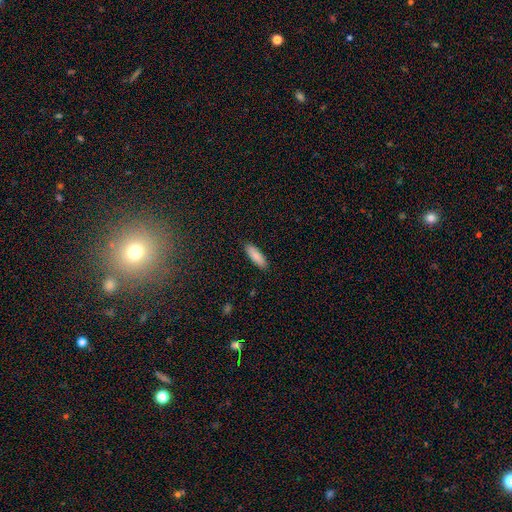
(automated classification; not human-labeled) Smooth or featured: smooth — 86% (featured or disk — 8%)
How rounded: in between — 50% (cigar-shaped — 48%)
Merging: none — 90% (minor disturbance — 8%)